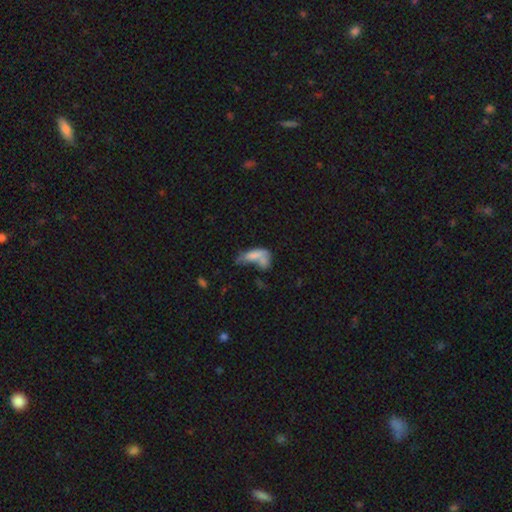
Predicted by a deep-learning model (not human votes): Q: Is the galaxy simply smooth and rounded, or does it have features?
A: smooth — 66%.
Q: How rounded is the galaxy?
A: in between — 72%.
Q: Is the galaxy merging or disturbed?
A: merger — 36%.